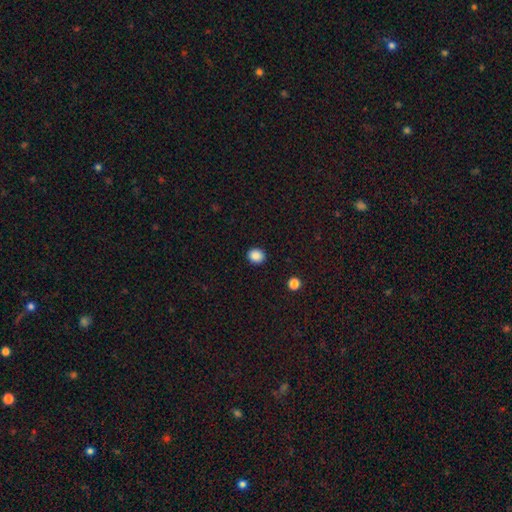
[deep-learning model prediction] smooth 88%, star or artifact 10%, featured or disk 2%. Down the decision tree: how rounded — round (70%); merging — none (91%).